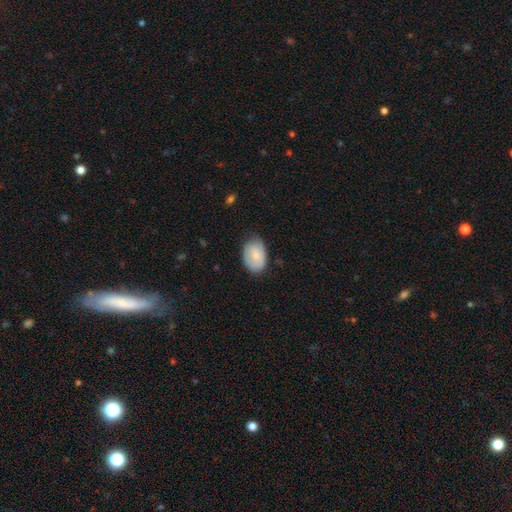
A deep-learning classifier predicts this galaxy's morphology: Overall: smooth (77%). How rounded: in between (86%). Merging: none (70%).